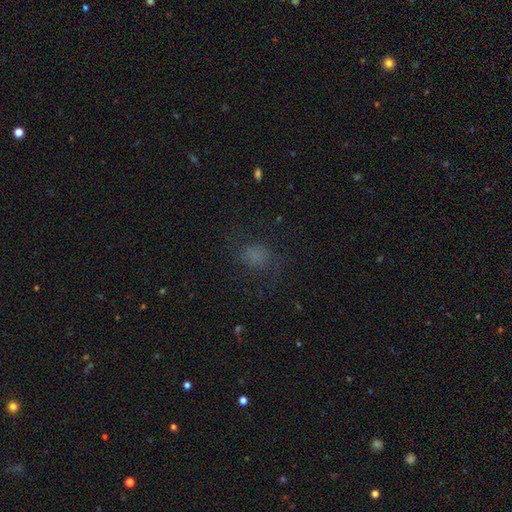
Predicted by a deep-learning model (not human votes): Smooth or featured? Predicted: smooth (p=0.59). How rounded? Predicted: round (p=0.56). Merging? Predicted: none (p=0.62).